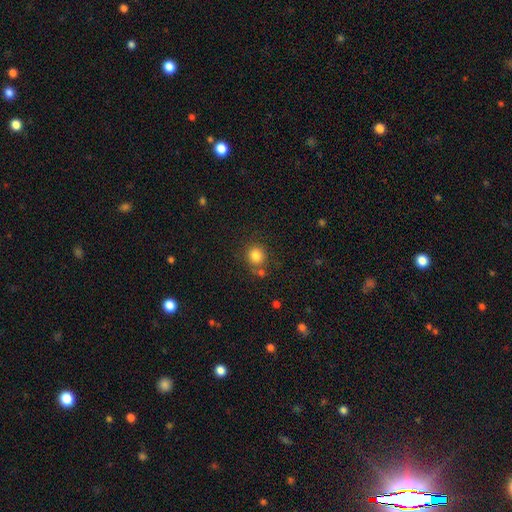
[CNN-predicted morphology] Smooth or featured?
  - smooth: 83% *
  - star or artifact: 11%
  - featured or disk: 6%
How rounded?
  - round: 87% *
  - in between: 12%
  - cigar-shaped: 1%
Merging?
  - none: 72% *
  - merger: 12%
  - minor disturbance: 12%
  - major disturbance: 4%